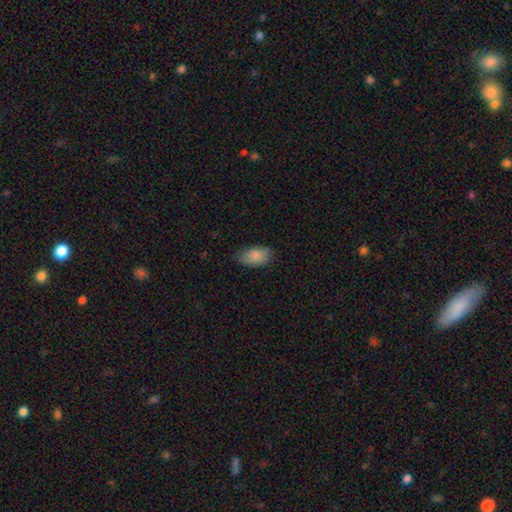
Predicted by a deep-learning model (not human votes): A smooth galaxy with no disk features (86%) that is in between round and cigar-shaped (93%).

Vote fractions:
- Smooth or featured? smooth: 86% / featured or disk: 8% / star or artifact: 6%
- How rounded? in between: 93% / round: 5% / cigar-shaped: 2%
- Merging? none: 76% / minor disturbance: 20% / major disturbance: 4% / merger: 1%